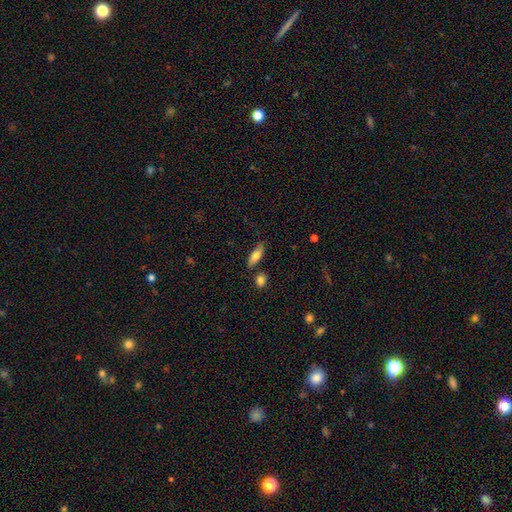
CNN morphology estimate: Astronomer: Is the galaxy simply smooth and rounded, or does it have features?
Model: smooth — 78%.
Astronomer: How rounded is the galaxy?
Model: in between — 68%.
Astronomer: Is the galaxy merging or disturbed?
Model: none — 76%.